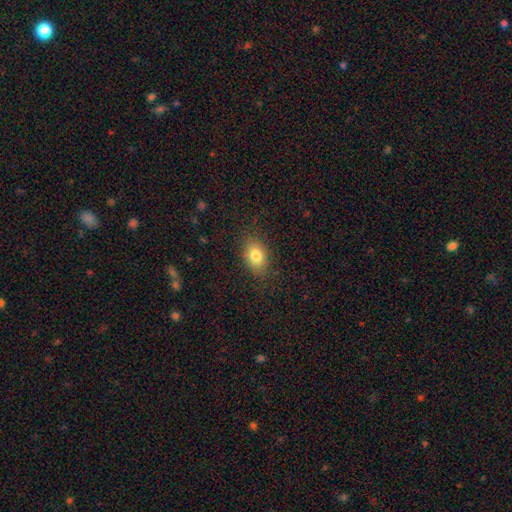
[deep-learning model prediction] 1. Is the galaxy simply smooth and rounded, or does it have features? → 80% smooth, 10% star or artifact, 10% featured or disk.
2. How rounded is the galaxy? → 78% in between, 21% round, 2% cigar-shaped.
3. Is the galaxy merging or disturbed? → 84% none, 11% minor disturbance, 3% major disturbance, 1% merger.